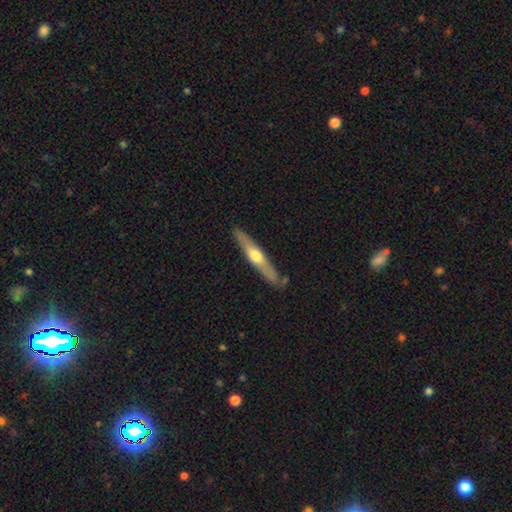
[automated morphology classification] type=featured or disk (56%); edge-on=yes (91%); edge-on bulge=rounded (87%); merging=none (84%).